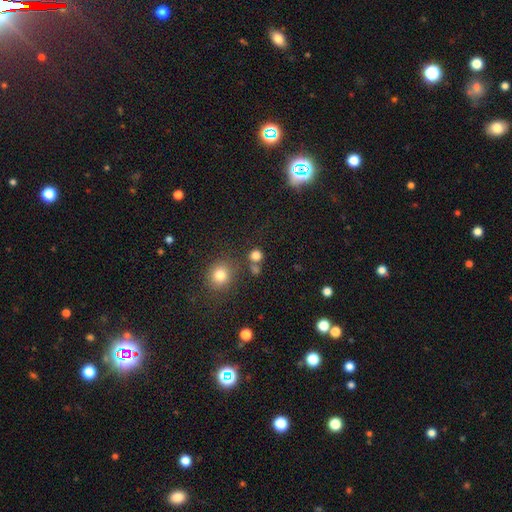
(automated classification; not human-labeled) smooth 78%, star or artifact 16%, featured or disk 6%. Down the decision tree: how rounded — round (85%); merging — none (66%).